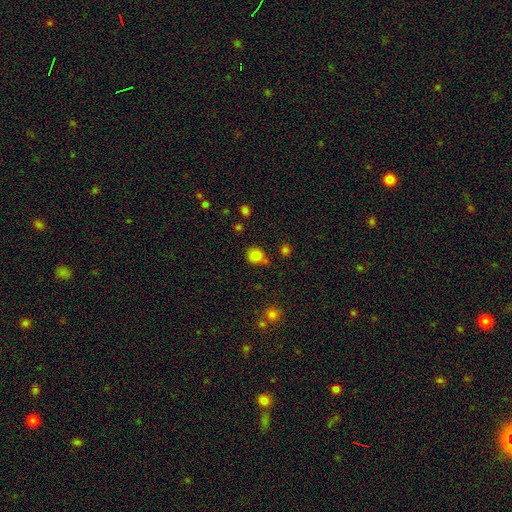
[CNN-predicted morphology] This is clearly a smooth galaxy (83%). How rounded: likely round (79%). Merging: likely none (66%).